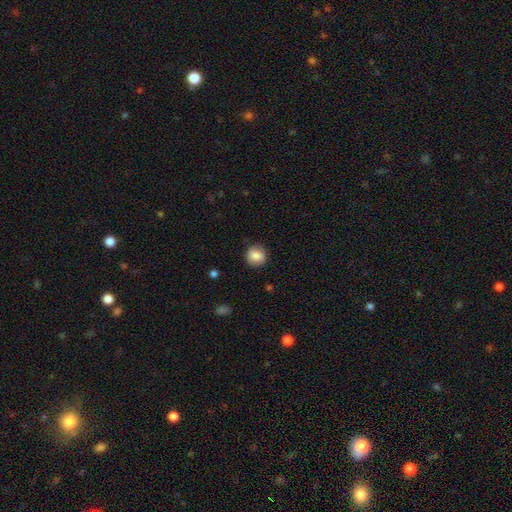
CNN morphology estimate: This is clearly a smooth galaxy (83%). How rounded: clearly round (84%). Merging: clearly none (85%).